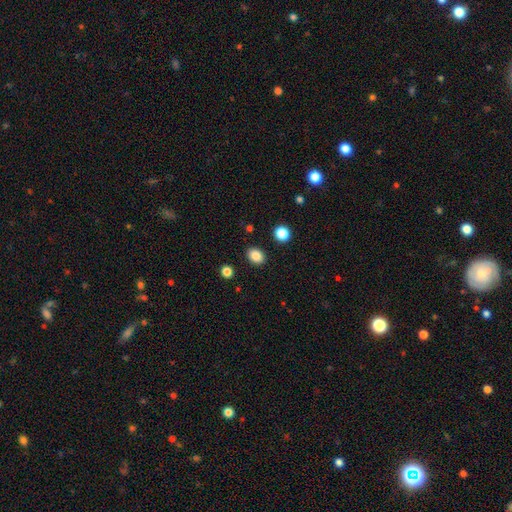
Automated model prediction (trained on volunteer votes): A smooth galaxy with no disk features (86%) that is in between round and cigar-shaped (56%).

Vote fractions:
- Smooth or featured? smooth: 86% / star or artifact: 10% / featured or disk: 4%
- How rounded? in between: 56% / round: 43% / cigar-shaped: 1%
- Merging? none: 89% / minor disturbance: 7% / major disturbance: 2% / merger: 2%